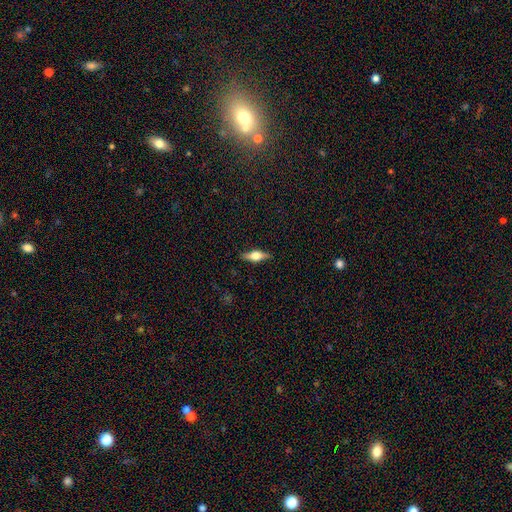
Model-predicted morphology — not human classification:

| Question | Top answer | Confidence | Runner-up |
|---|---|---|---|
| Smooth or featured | featured or disk | 51% | smooth (42%) |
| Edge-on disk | yes | 93% | no (7%) |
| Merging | none | 87% | minor disturbance (10%) |